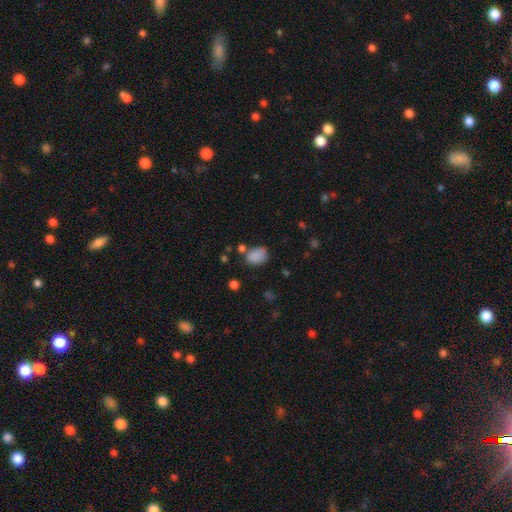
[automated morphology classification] smooth 84%, star or artifact 11%, featured or disk 5%. Down the decision tree: how rounded — in between (74%); merging — none (59%).